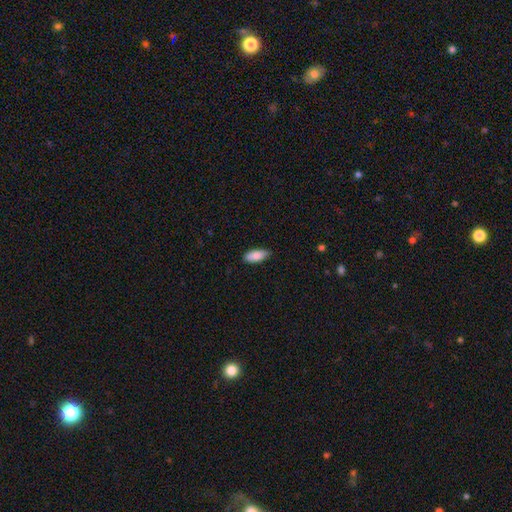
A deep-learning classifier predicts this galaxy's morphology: Smooth or featured? smooth (87%)
How rounded? in between (81%)
Merging? none (81%)